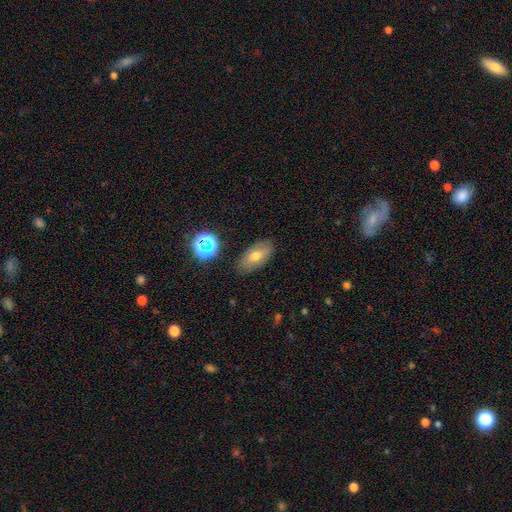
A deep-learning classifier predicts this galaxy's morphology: A smooth galaxy with no disk features (62%) that is in between round and cigar-shaped (88%).

Vote fractions:
- Smooth or featured? smooth: 62% / featured or disk: 25% / star or artifact: 12%
- How rounded? in between: 88% / cigar-shaped: 6% / round: 6%
- Merging? none: 83% / minor disturbance: 12% / major disturbance: 3% / merger: 2%